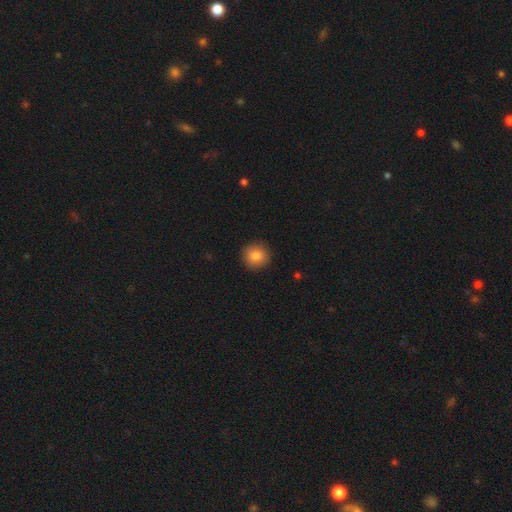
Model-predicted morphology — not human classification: Q: Smooth or featured?
A: smooth (84%); runner-up: star or artifact (9%)
Q: How rounded?
A: round (94%); runner-up: in between (5%)
Q: Merging?
A: none (92%); runner-up: minor disturbance (6%)